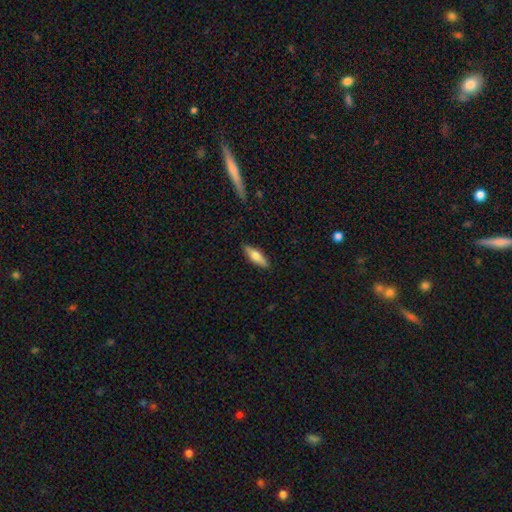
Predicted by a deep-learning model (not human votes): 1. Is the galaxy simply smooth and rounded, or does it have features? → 70% smooth, 24% featured or disk, 6% star or artifact.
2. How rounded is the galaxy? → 54% cigar-shaped, 44% in between, 2% round.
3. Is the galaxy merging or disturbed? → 87% none, 10% minor disturbance, 2% major disturbance, 1% merger.